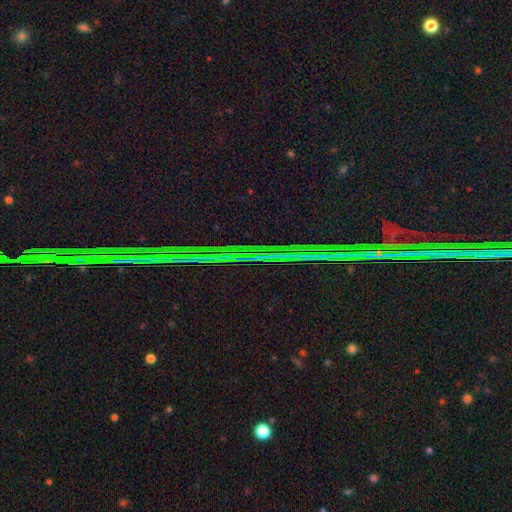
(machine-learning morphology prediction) The model was most divided on "smooth or featured": star or artifact: 89%, featured or disk: 6%, smooth: 5%.